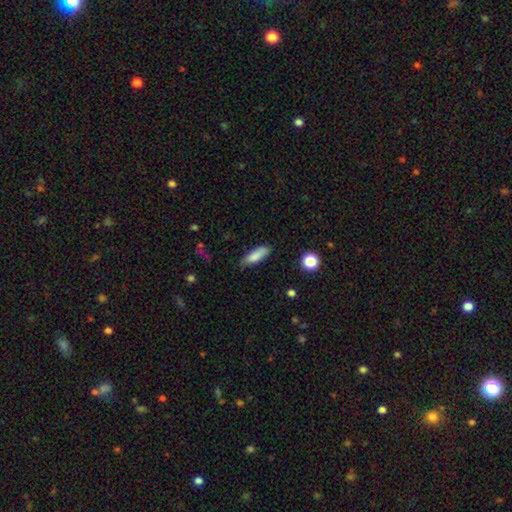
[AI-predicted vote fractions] Smooth or featured: smooth — 84% (featured or disk — 9%)
How rounded: in between — 54% (cigar-shaped — 44%)
Merging: none — 74% (minor disturbance — 20%)